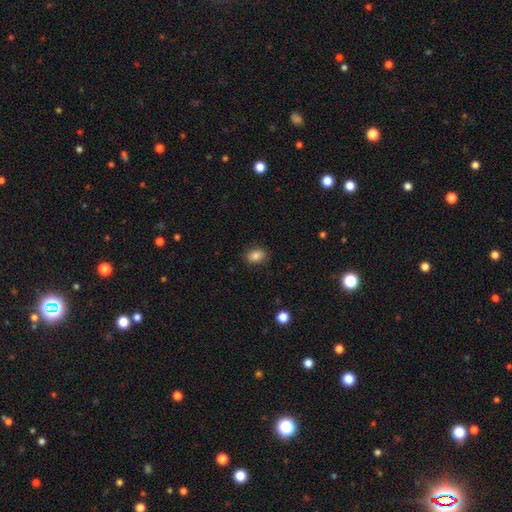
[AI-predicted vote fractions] smooth-or-featured: smooth: 85% | star or artifact: 9% | featured or disk: 6%
  how-rounded: in between: 76% | round: 23% | cigar-shaped: 1%
  merging: none: 87% | minor disturbance: 10% | major disturbance: 2% | merger: 1%